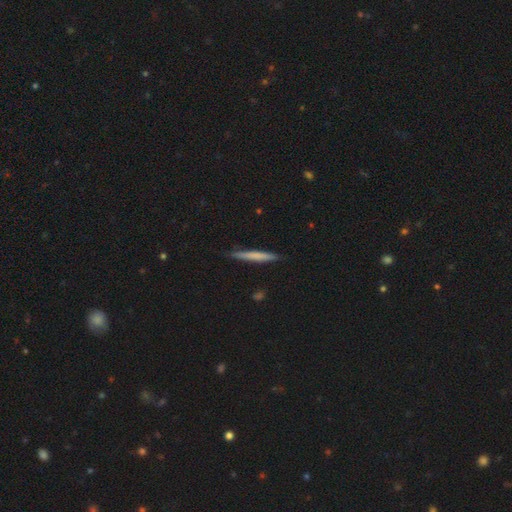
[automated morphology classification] The model was most divided on "smooth or featured": smooth: 64%, featured or disk: 31%, star or artifact: 6%. More confident: how rounded — cigar-shaped (96%); merging — none (89%).